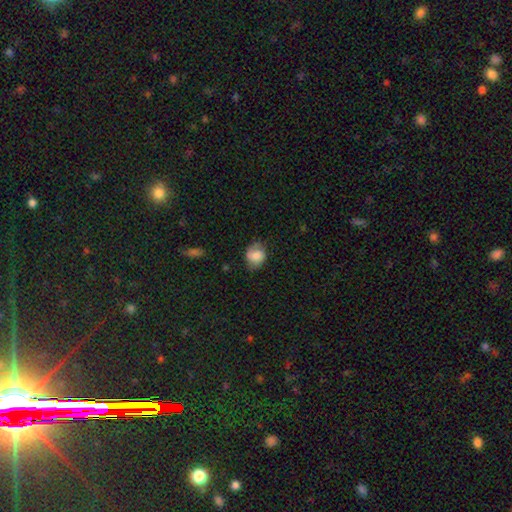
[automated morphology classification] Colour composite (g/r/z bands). It shows a smooth galaxy with no disk features (68%) that is round (60%). Merging: none (63%).